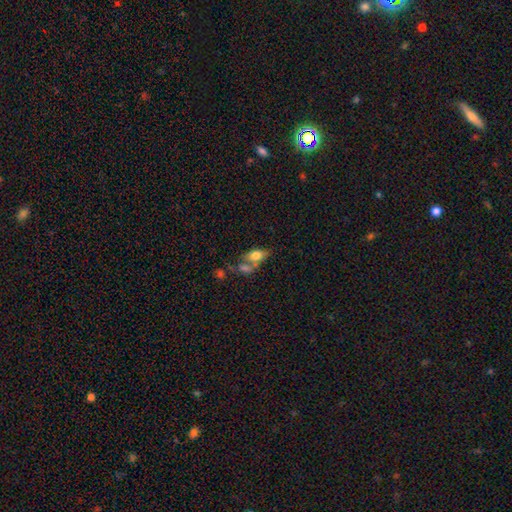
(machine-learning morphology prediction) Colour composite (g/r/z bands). It shows a smooth galaxy with no disk features (72%) that is in between round and cigar-shaped (85%). Merging: merger (44%).